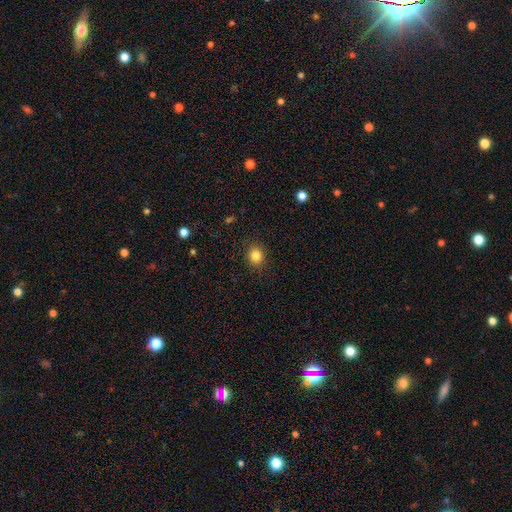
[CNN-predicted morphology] Q: Smooth or featured?
A: smooth (84%); runner-up: star or artifact (11%)
Q: How rounded?
A: round (75%); runner-up: in between (24%)
Q: Merging?
A: none (89%); runner-up: minor disturbance (8%)